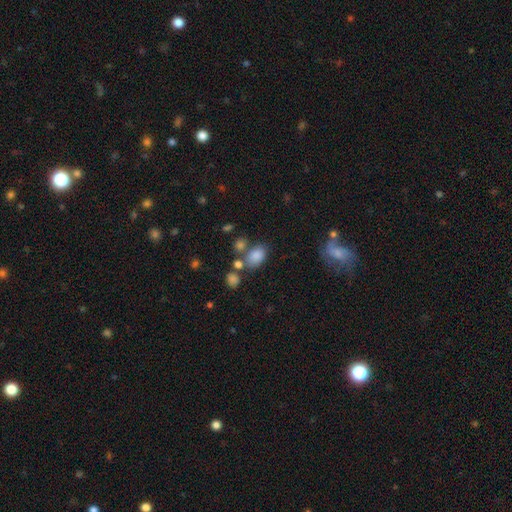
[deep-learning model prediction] This is clearly a smooth galaxy (81%). How rounded: clearly in between (80%). Merging: possibly none (57%).